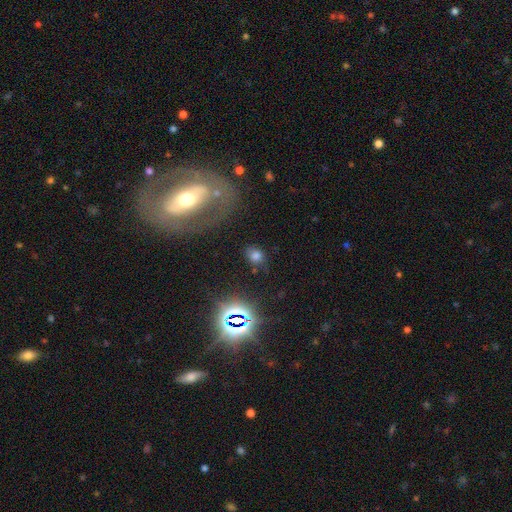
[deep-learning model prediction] smooth 63%, star or artifact 26%, featured or disk 11%. Down the decision tree: how rounded — in between (54%); merging — none (72%).